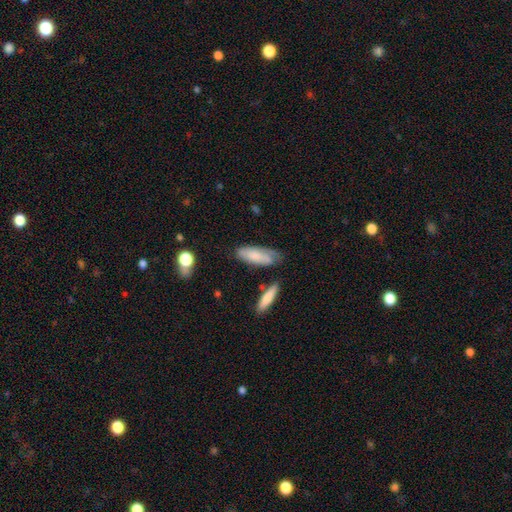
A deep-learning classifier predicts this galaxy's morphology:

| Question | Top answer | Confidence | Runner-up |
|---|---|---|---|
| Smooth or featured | smooth | 73% | featured or disk (20%) |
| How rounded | in between | 68% | cigar-shaped (30%) |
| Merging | none | 58% | minor disturbance (27%) |